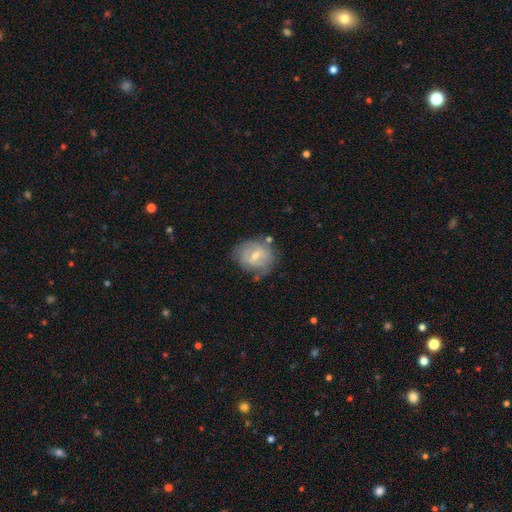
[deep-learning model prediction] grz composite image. It shows a featured or disk galaxy (51%). Merging: none (60%).